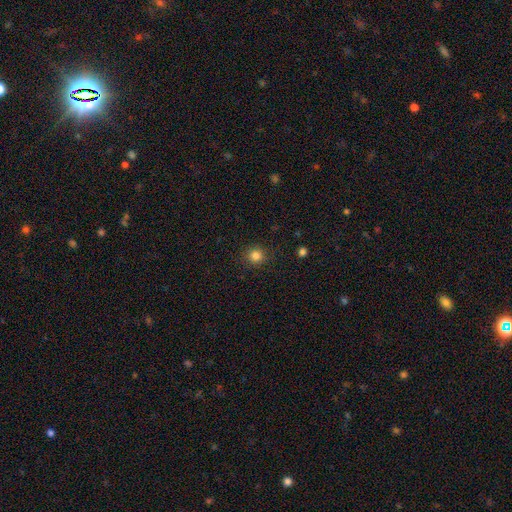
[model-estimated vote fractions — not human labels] Smooth or featured? Predicted: smooth (p=0.83). How rounded? Predicted: round (p=0.92). Merging? Predicted: none (p=0.90).